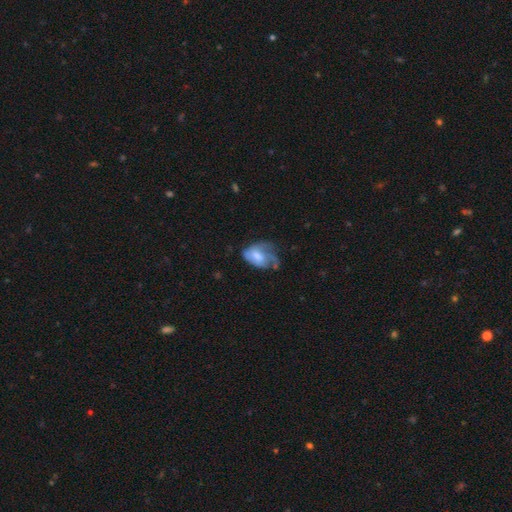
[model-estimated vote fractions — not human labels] The model was most divided on "merging": major disturbance: 36%, none: 31%, minor disturbance: 30%, merger: 3%. More confident: edge-on disk — no (96%); smooth or featured — featured or disk (52%).